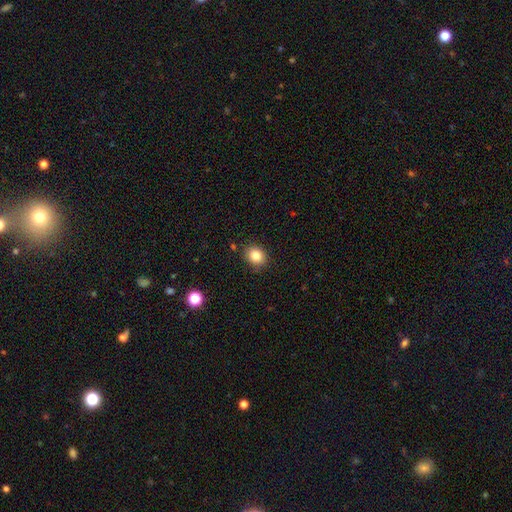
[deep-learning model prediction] smooth_or_featured: smooth (p=0.83) [alt: star or artifact p=0.10]
how_rounded: round (p=0.60) [alt: in between p=0.39]
merging: none (p=0.86) [alt: minor disturbance p=0.10]